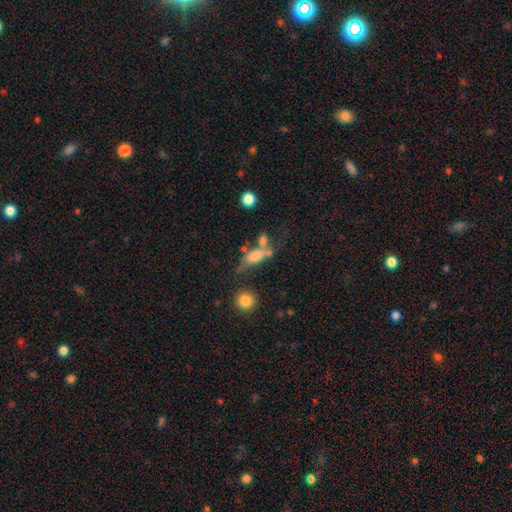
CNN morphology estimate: A smooth galaxy with no disk features (61%) that is in between round and cigar-shaped (68%). Merging: none (35%).